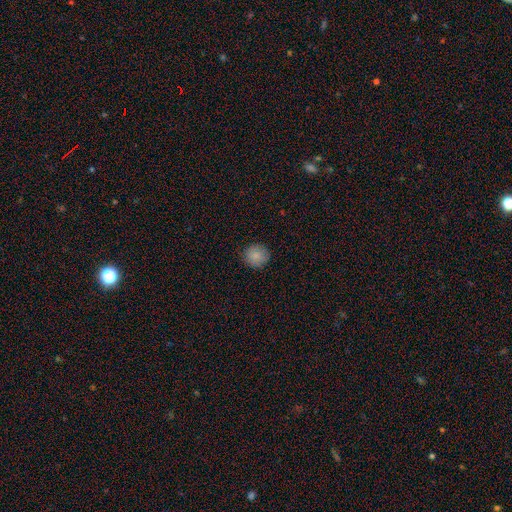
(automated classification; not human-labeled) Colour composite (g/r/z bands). It shows a smooth galaxy with no disk features (86%) that is round (89%). Merging: none (89%).